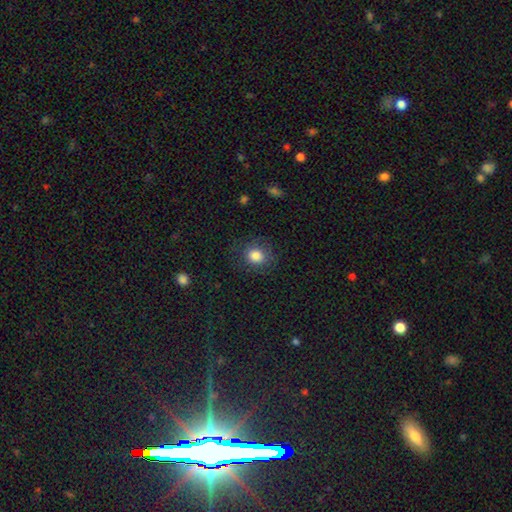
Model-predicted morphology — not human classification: smooth-or-featured: smooth: 83% | star or artifact: 10% | featured or disk: 7%
  how-rounded: round: 81% | in between: 18% | cigar-shaped: 1%
  merging: none: 81% | minor disturbance: 13% | major disturbance: 5% | merger: 1%